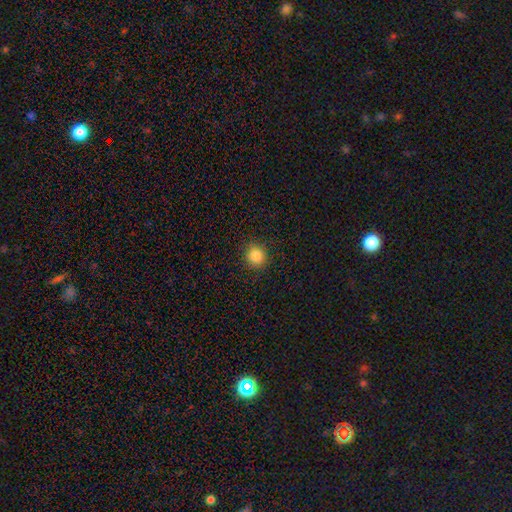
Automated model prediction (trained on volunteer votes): smooth_or_featured: smooth (p=0.86) [alt: star or artifact p=0.11]
how_rounded: round (p=0.89) [alt: in between p=0.10]
merging: none (p=0.90) [alt: minor disturbance p=0.07]